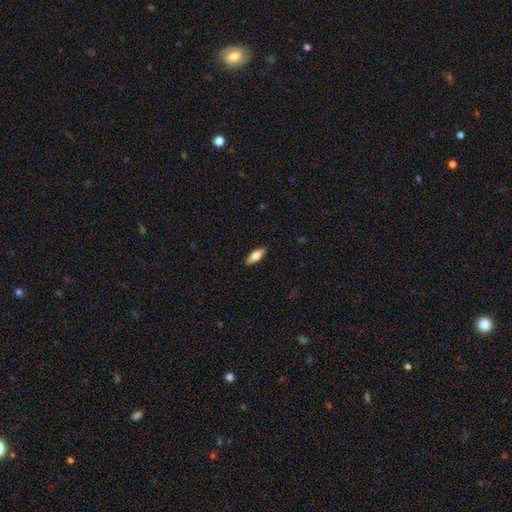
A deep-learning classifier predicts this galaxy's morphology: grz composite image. It shows a smooth galaxy with no disk features (68%) that is in between round and cigar-shaped (65%). Merging: none (89%).